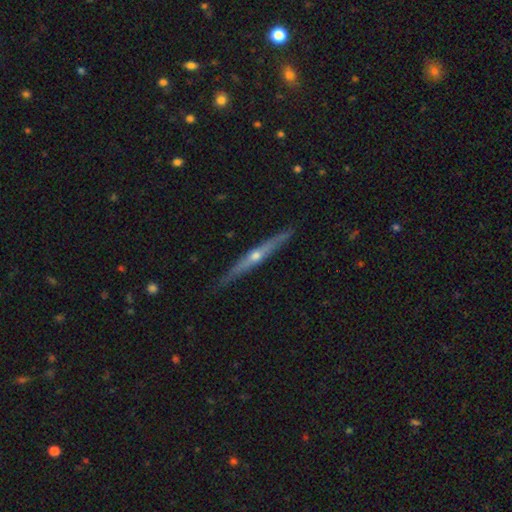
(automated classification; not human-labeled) A featured or disk galaxy (80%) viewed edge-on (98%) with a rounded central bulge (86%). Merging: none (90%).